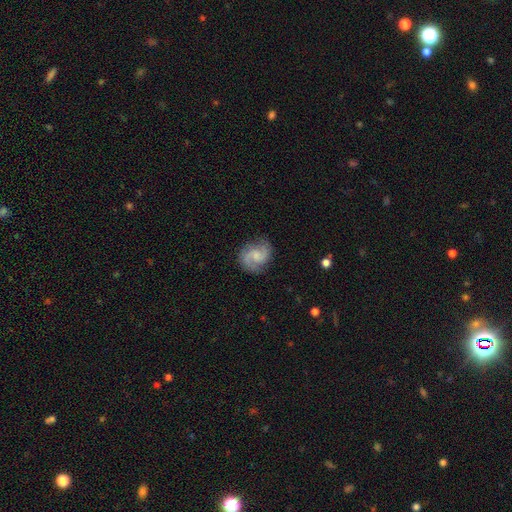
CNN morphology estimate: Smooth or featured? Predicted: featured or disk (p=0.76). Edge-on disk? Predicted: no (p=0.98). Bar? Predicted: no (p=0.50). Spiral arms? Predicted: yes (p=0.96). Spiral winding? Predicted: medium (p=0.54). Spiral arm count? Predicted: 2 (p=0.89). Bulge size? Predicted: small (p=0.46). Merging? Predicted: none (p=0.79).